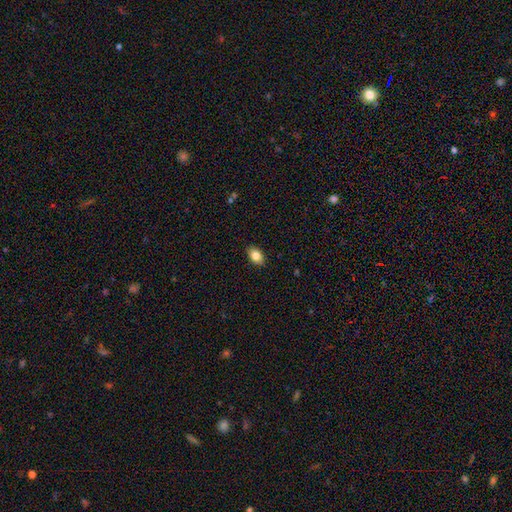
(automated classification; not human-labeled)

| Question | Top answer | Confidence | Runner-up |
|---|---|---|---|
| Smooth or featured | smooth | 83% | featured or disk (8%) |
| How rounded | in between | 84% | round (14%) |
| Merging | none | 88% | minor disturbance (9%) |